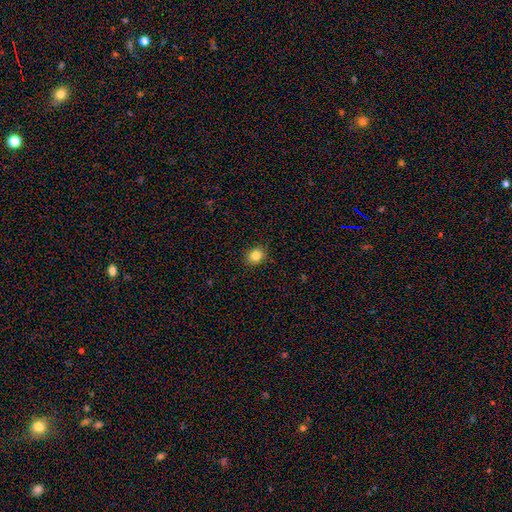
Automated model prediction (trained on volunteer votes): Smooth or featured: smooth — 84% (star or artifact — 11%)
How rounded: round — 59% (in between — 40%)
Merging: none — 89% (minor disturbance — 8%)